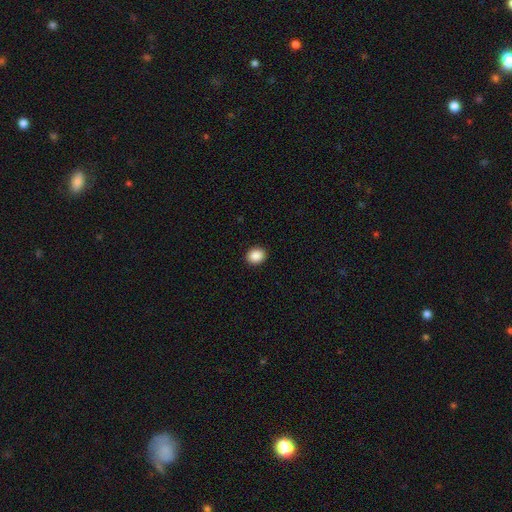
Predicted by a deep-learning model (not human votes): Smooth or featured: smooth — 88% (star or artifact — 9%)
How rounded: round — 63% (in between — 36%)
Merging: none — 92% (minor disturbance — 5%)